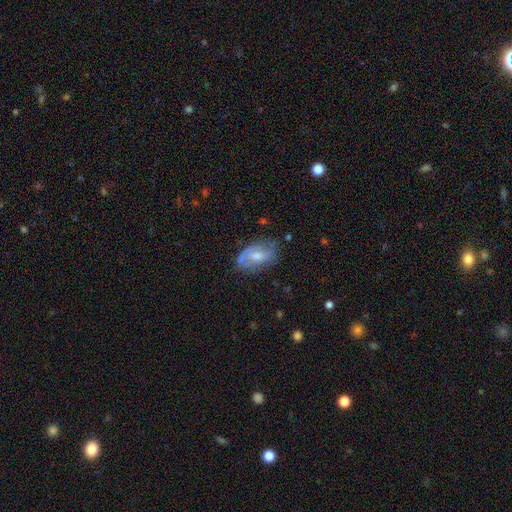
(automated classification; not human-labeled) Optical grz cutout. It shows a featured or disk galaxy (54%) with no bar (54%), spiral arms (72%) and a moderate central bulge (57%). Merging: none (60%).